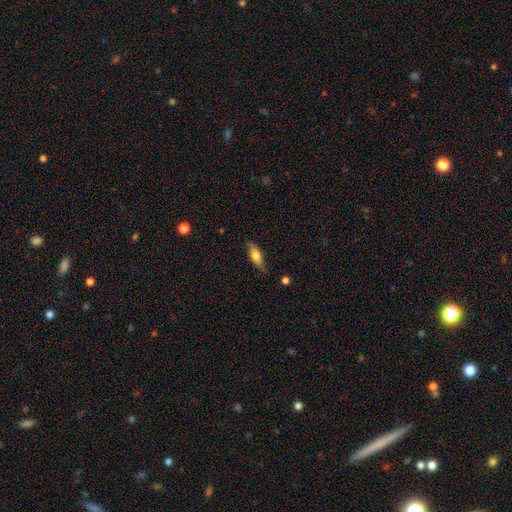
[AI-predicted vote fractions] smooth-or-featured: smooth: 69% | featured or disk: 24% | star or artifact: 7%
  how-rounded: in between: 69% | cigar-shaped: 28% | round: 3%
  merging: none: 76% | minor disturbance: 19% | major disturbance: 4% | merger: 1%